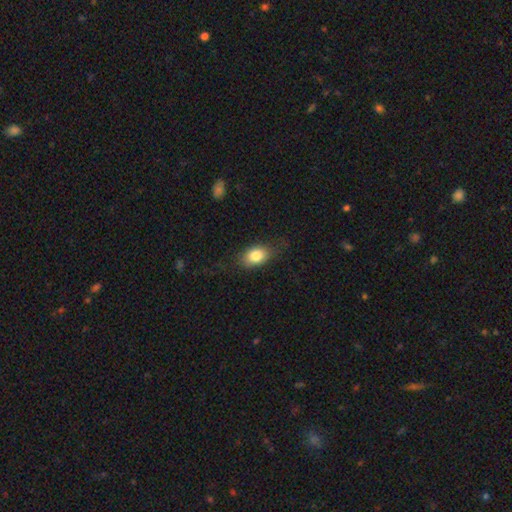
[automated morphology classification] This is clearly a smooth galaxy (81%). How rounded: clearly in between (81%). Merging: likely none (73%).